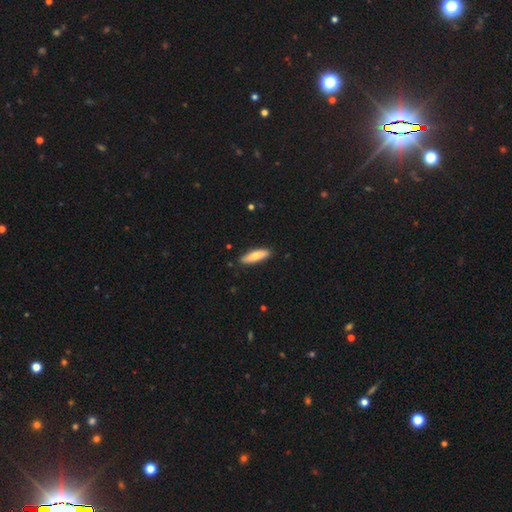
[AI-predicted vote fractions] Smooth or featured? smooth (73%)
How rounded? cigar-shaped (61%)
Merging? none (89%)